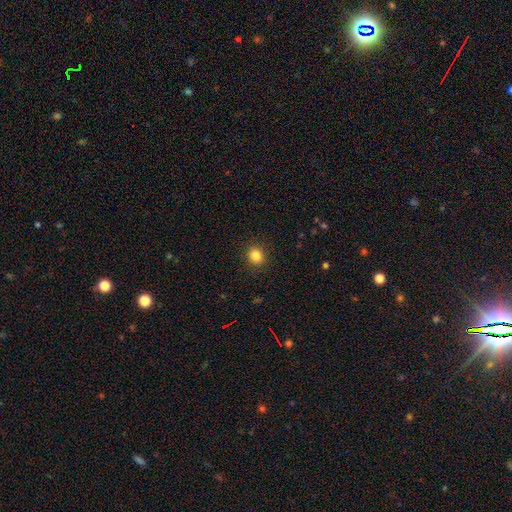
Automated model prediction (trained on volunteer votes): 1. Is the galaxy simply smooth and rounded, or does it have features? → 85% smooth, 11% star or artifact, 4% featured or disk.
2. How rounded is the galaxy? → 80% round, 19% in between, 1% cigar-shaped.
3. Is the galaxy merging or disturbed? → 91% none, 6% minor disturbance, 2% major disturbance, 1% merger.